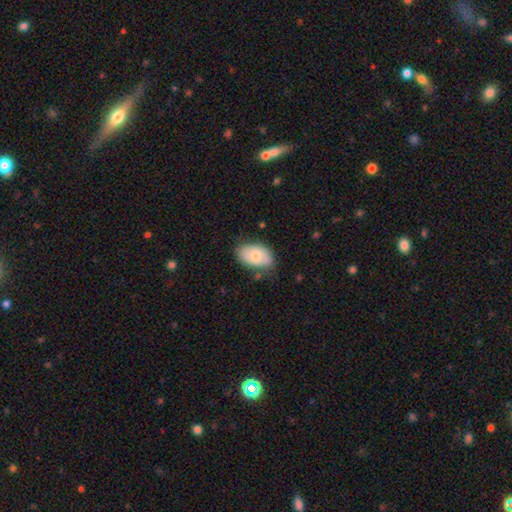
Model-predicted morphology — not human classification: This appears to be a smooth galaxy with no disk features (71%) that is in between round and cigar-shaped (92%). Merging: none (72%).